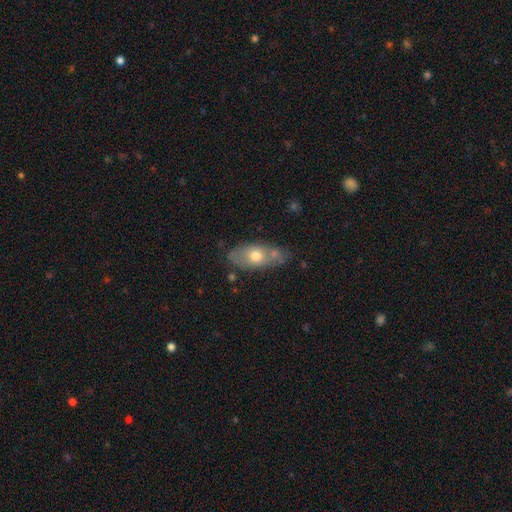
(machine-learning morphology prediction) smooth-or-featured: smooth: 62% | featured or disk: 31% | star or artifact: 7%
  how-rounded: in between: 84% | round: 8% | cigar-shaped: 8%
  merging: none: 61% | minor disturbance: 20% | merger: 14% | major disturbance: 5%